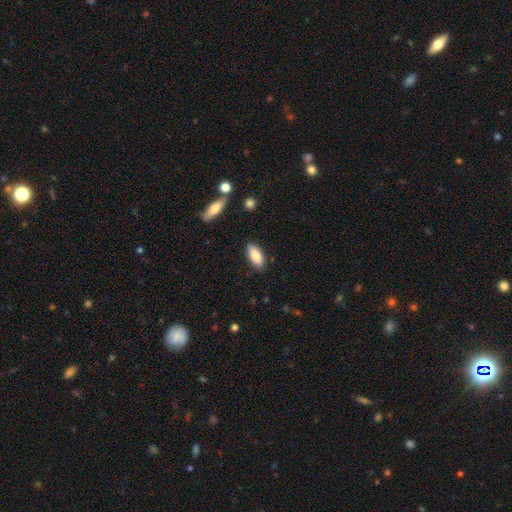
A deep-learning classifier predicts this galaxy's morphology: Q: Smooth or featured?
A: smooth (84%); runner-up: featured or disk (10%)
Q: How rounded?
A: in between (84%); runner-up: cigar-shaped (14%)
Q: Merging?
A: none (85%); runner-up: minor disturbance (11%)